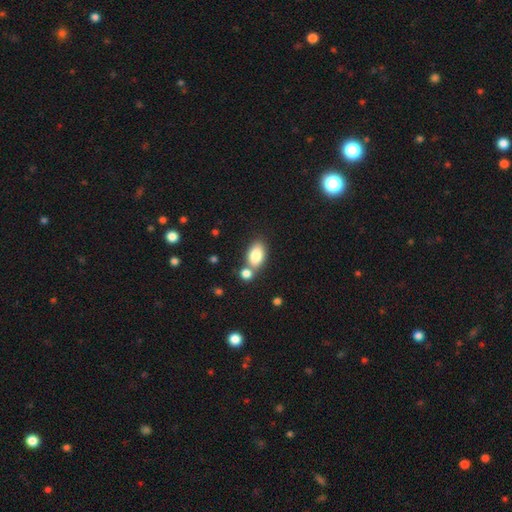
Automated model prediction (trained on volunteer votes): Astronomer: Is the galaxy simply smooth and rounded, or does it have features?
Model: smooth — 82%.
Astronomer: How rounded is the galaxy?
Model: in between — 88%.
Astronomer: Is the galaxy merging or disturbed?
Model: none — 54% (runner-up: merger, 31%).